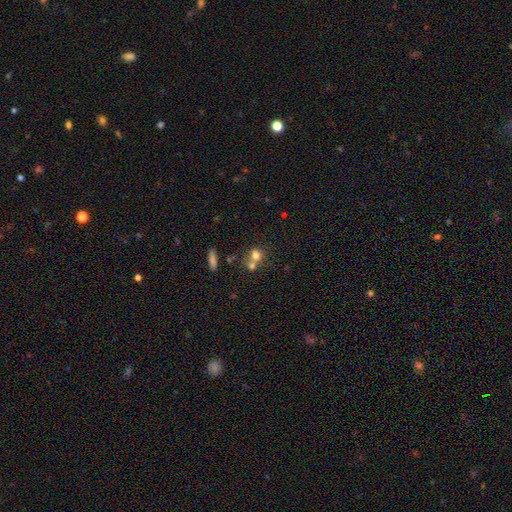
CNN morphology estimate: smooth-or-featured: smooth: 71% | featured or disk: 16% | star or artifact: 14%
  how-rounded: round: 73% | in between: 25% | cigar-shaped: 2%
  merging: merger: 54% | none: 35% | minor disturbance: 7% | major disturbance: 4%